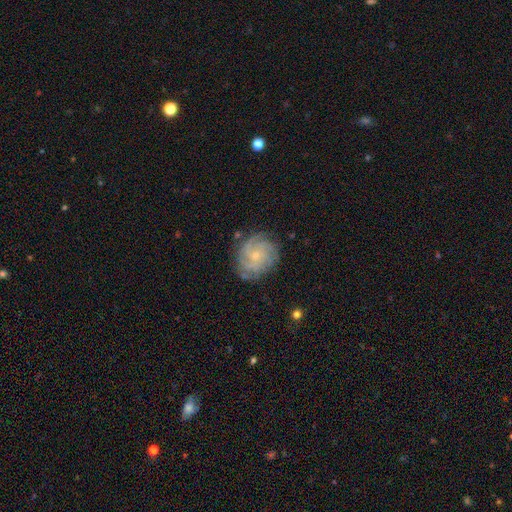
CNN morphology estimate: Smooth or featured?
  - featured or disk: 80% *
  - smooth: 13%
  - star or artifact: 8%
Edge-on disk?
  - no: 98% *
  - yes: 2%
Bar?
  - no: 77% *
  - weak: 20%
  - strong: 3%
Spiral arms?
  - yes: 96% *
  - no: 4%
Spiral winding?
  - tight: 66% *
  - medium: 27%
  - loose: 6%
Spiral arm count?
  - 4: 29% *
  - can't tell: 25%
  - 3: 20%
  - more than 4: 11%
  - 2: 9%
  - 1: 6%
Bulge size?
  - small: 76% *
  - moderate: 19%
  - none: 2%
  - large: 1%
  - dominant: 1%
Merging?
  - none: 79% *
  - minor disturbance: 15%
  - major disturbance: 5%
  - merger: 1%